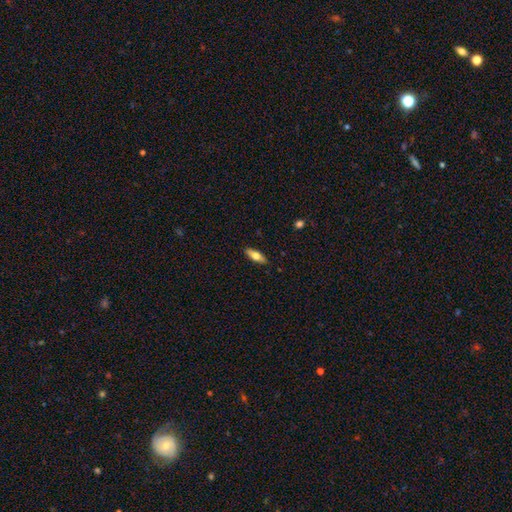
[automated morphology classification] Smooth or featured? smooth (53%)
How rounded? in between (57%)
Merging? none (89%)